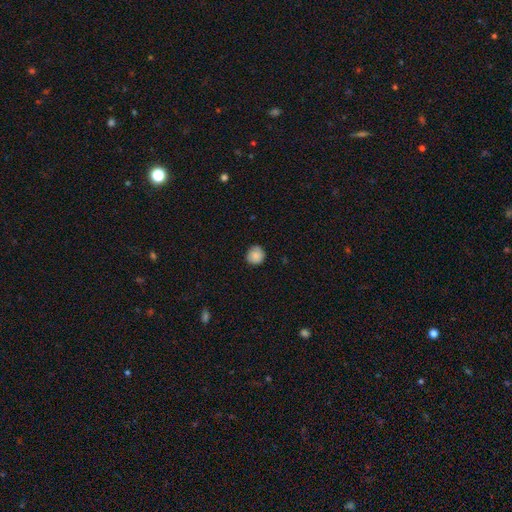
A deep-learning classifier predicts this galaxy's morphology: smooth 86%, star or artifact 8%, featured or disk 6%. Down the decision tree: how rounded — round (92%); merging — none (83%).